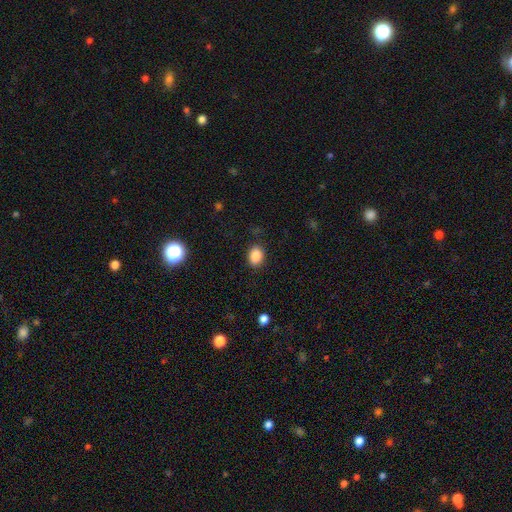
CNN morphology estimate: This is clearly a smooth galaxy (87%). How rounded: likely in between (67%). Merging: clearly none (84%).